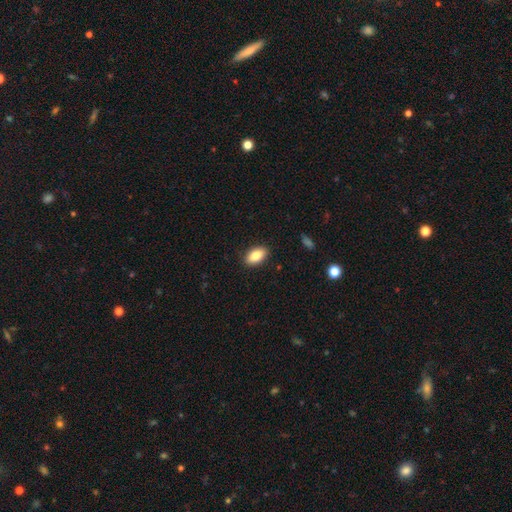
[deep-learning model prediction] Smooth or featured? Predicted: smooth (p=0.85). How rounded? Predicted: in between (p=0.92). Merging? Predicted: none (p=0.89).